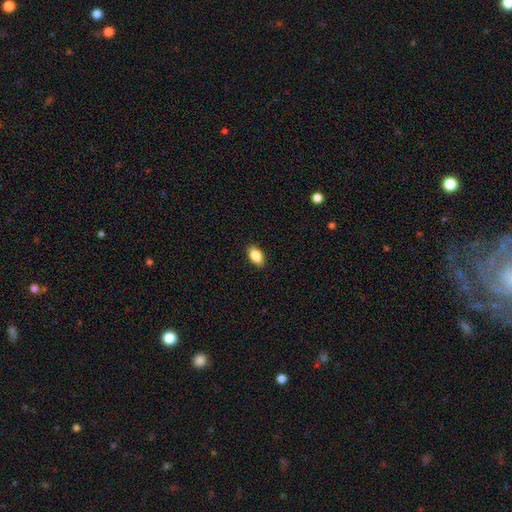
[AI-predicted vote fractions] Q: Smooth or featured?
A: smooth (87%); runner-up: star or artifact (8%)
Q: How rounded?
A: in between (92%); runner-up: round (5%)
Q: Merging?
A: none (90%); runner-up: minor disturbance (8%)